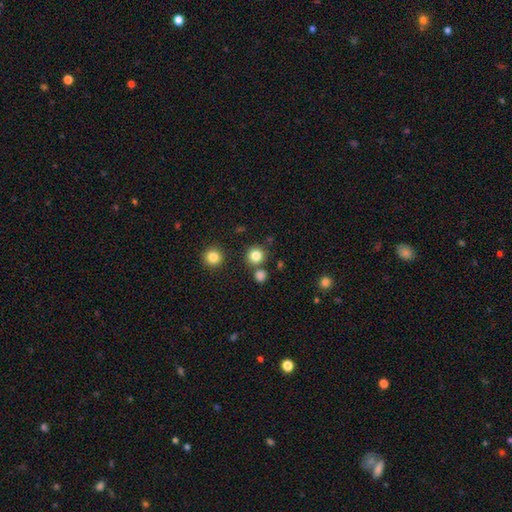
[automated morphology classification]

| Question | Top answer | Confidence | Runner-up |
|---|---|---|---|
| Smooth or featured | smooth | 83% | star or artifact (12%) |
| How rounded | round | 92% | in between (7%) |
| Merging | none | 79% | merger (11%) |